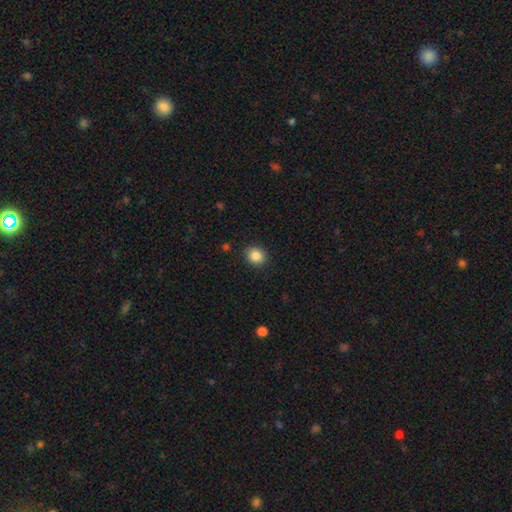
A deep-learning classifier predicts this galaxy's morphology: Smooth or featured? Predicted: smooth (p=0.86). How rounded? Predicted: round (p=0.76). Merging? Predicted: none (p=0.89).